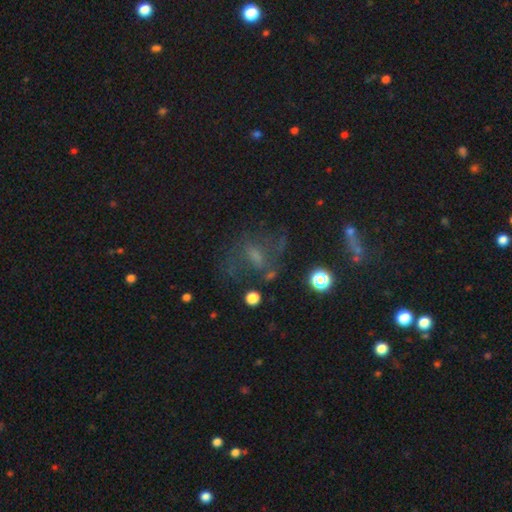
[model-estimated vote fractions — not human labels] smooth_or_featured: featured or disk (p=0.48) [alt: smooth p=0.30]
merging: none (p=0.49) [alt: major disturbance p=0.27]